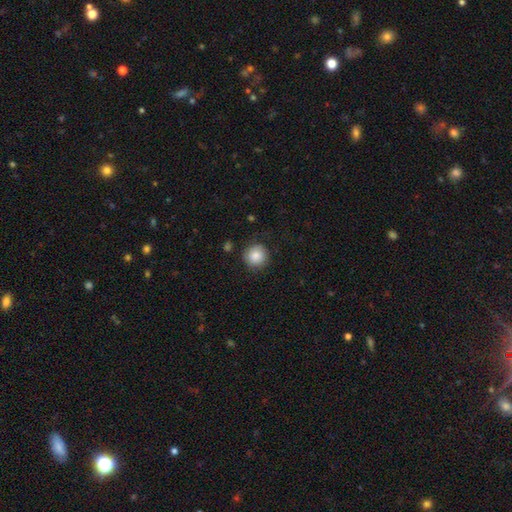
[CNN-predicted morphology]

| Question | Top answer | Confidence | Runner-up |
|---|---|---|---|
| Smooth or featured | smooth | 81% | featured or disk (11%) |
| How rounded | round | 93% | in between (6%) |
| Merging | none | 78% | minor disturbance (15%) |